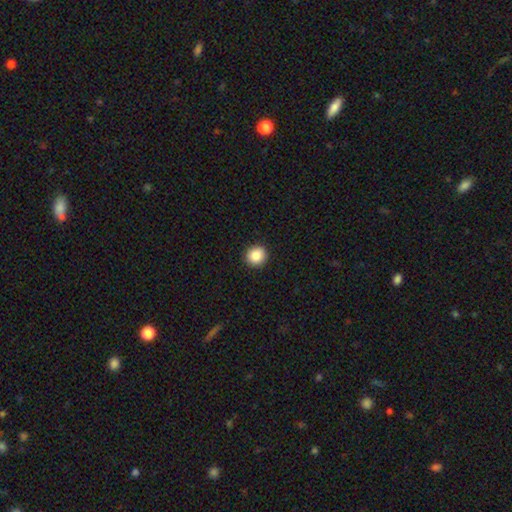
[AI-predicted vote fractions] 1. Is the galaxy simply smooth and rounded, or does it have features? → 87% smooth, 9% star or artifact, 4% featured or disk.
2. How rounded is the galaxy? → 91% round, 8% in between, 1% cigar-shaped.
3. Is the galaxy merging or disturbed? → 93% none, 5% minor disturbance, 2% major disturbance, 1% merger.